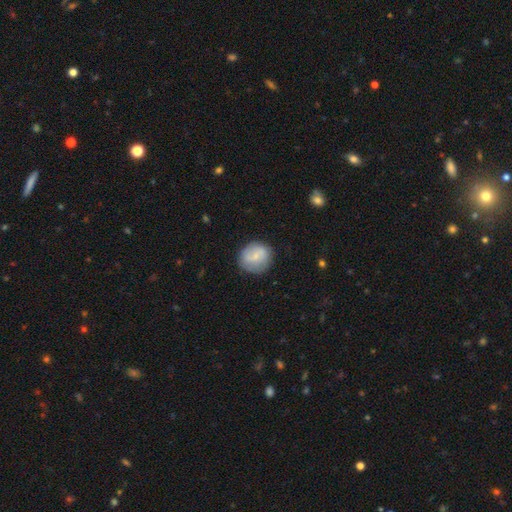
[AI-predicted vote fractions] This is likely a smooth galaxy (66%). How rounded: clearly round (84%). Merging: likely none (76%).